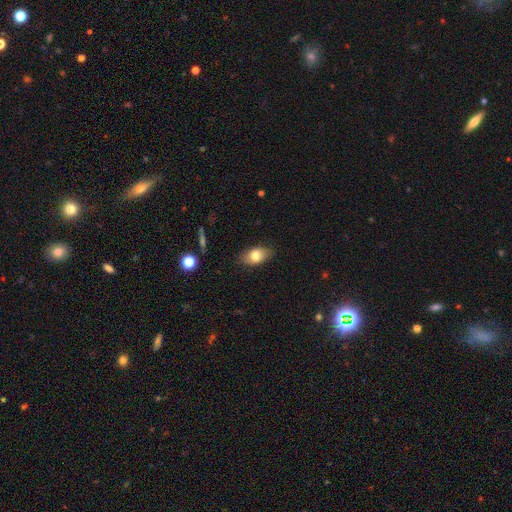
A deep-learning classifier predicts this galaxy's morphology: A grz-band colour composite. It shows a smooth galaxy with no disk features (78%) that is in between round and cigar-shaped (88%). Merging: none (83%).